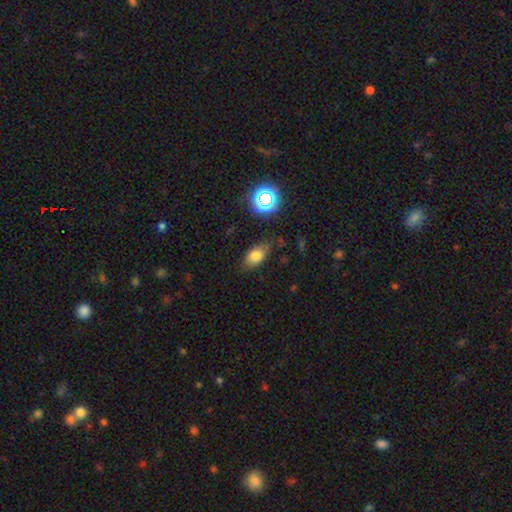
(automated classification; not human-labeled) Q: Smooth or featured?
A: smooth (75%); runner-up: star or artifact (14%)
Q: How rounded?
A: in between (85%); runner-up: round (9%)
Q: Merging?
A: none (74%); runner-up: minor disturbance (18%)